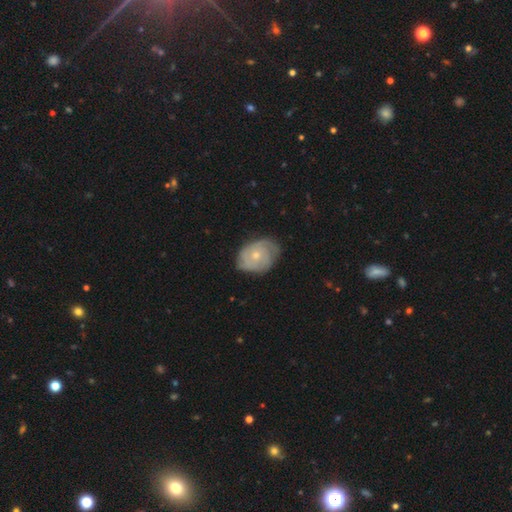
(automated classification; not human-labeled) Smooth or featured: featured or disk — 61% (smooth — 33%)
Edge-on disk: no — 96% (yes — 4%)
Bar: no — 84% (weak — 14%)
Spiral arms: yes — 80% (no — 20%)
Bulge size: small — 57% (moderate — 40%)
Merging: none — 66% (minor disturbance — 26%)